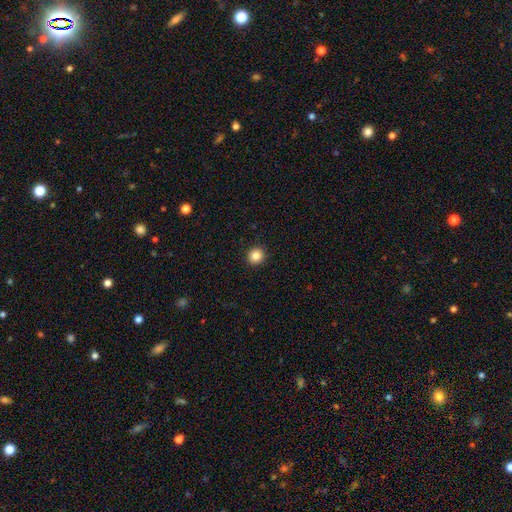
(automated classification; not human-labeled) Morphology: type=smooth (85%); roundness=round (90%); merging=none (93%).